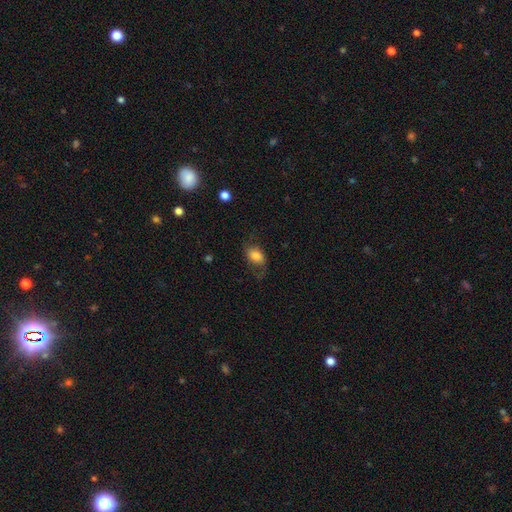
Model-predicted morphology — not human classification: type=smooth (73%); roundness=in between (85%); merging=none (61%).